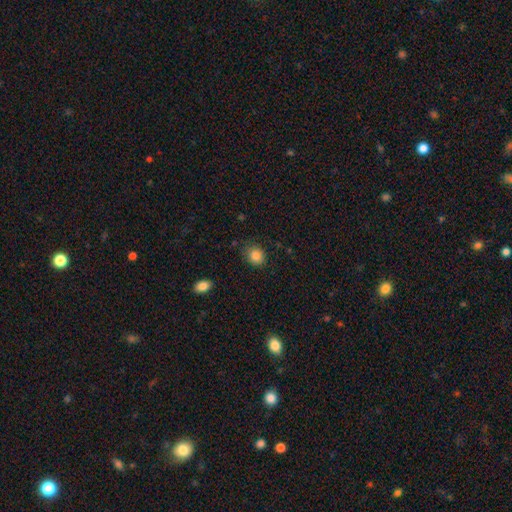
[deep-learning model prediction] Morphology: type=smooth (85%); roundness=round (68%); merging=none (79%).